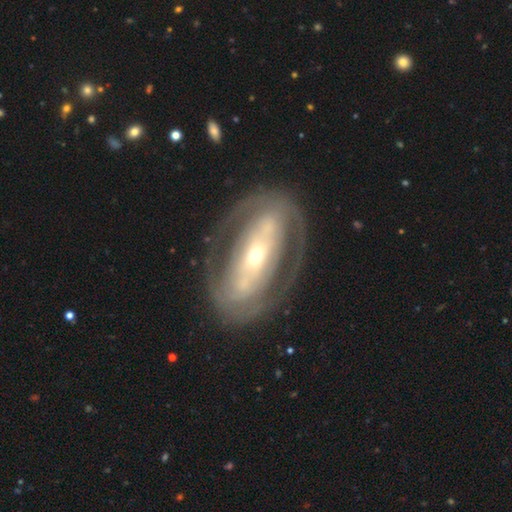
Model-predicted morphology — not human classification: type=featured or disk (77%); edge-on=no (90%); bar=strong (41%); spiral arms=yes (50%, tied with no); bulge=small (64%); merging=none (76%).